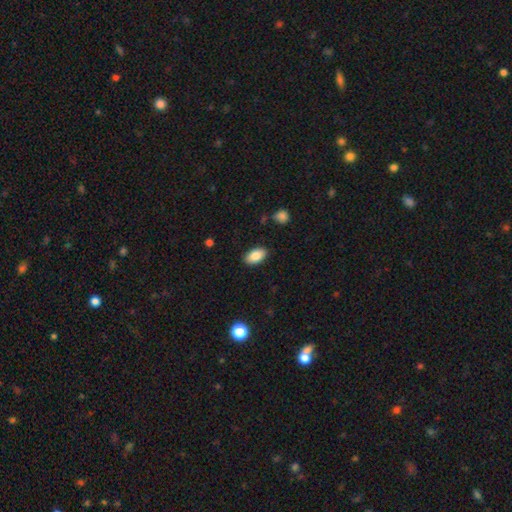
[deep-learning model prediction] Smooth or featured? smooth (85%)
How rounded? in between (94%)
Merging? none (88%)